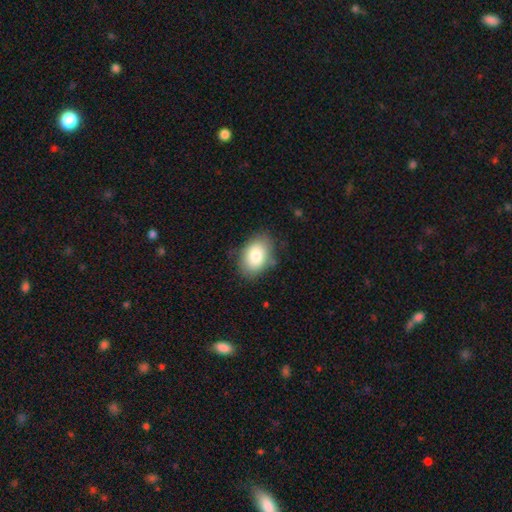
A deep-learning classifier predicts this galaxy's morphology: smooth 83%, featured or disk 10%, star or artifact 7%. Down the decision tree: how rounded — in between (86%); merging — none (79%).